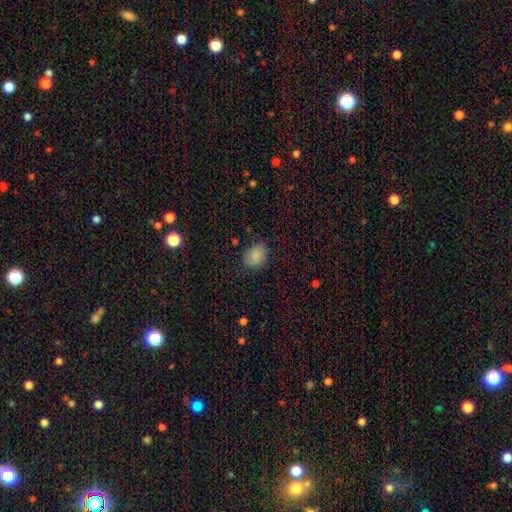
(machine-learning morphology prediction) This is clearly a smooth galaxy (83%). How rounded: possibly in between (52%). Merging: likely none (78%).